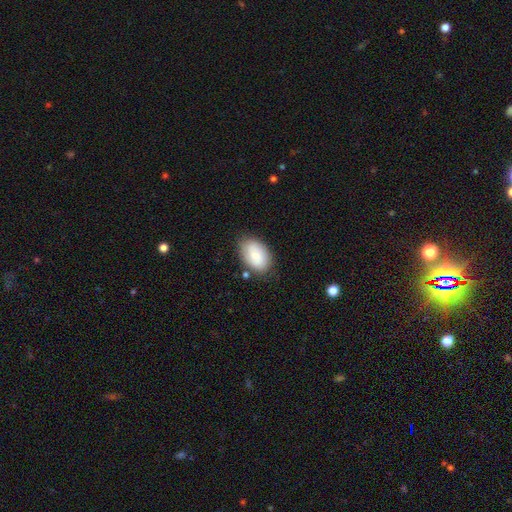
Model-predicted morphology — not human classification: Smooth or featured? Predicted: smooth (p=0.78). How rounded? Predicted: in between (p=0.90). Merging? Predicted: none (p=0.78).